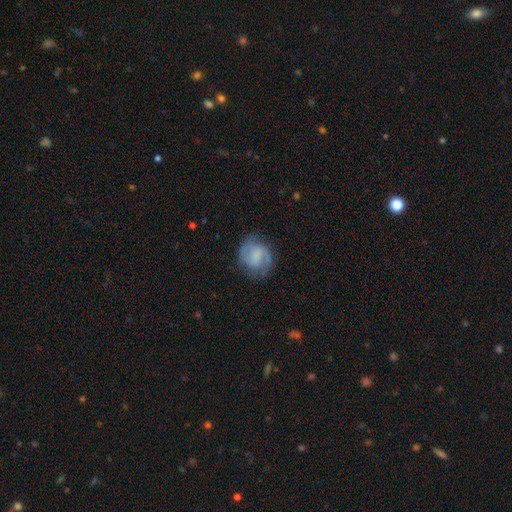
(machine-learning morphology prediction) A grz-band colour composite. It shows a featured or disk galaxy (56%) with a weak bar (45%), spiral arms (88%) and no central bulge (44%). Merging: none (71%).